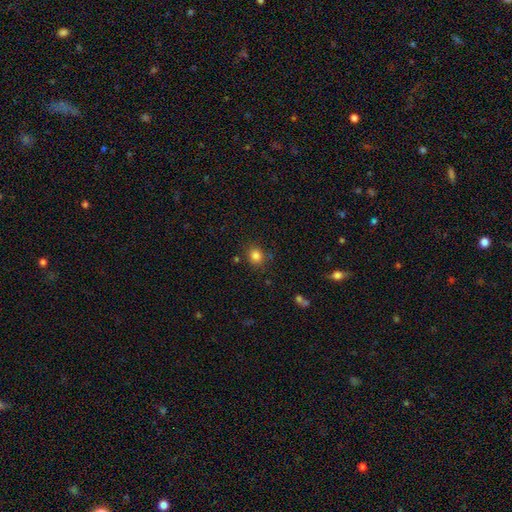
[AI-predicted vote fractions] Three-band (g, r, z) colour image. It shows a smooth galaxy with no disk features (83%) that is round (78%). Merging: none (80%).